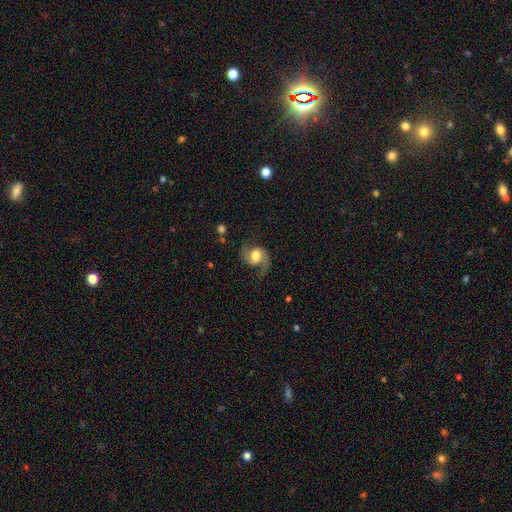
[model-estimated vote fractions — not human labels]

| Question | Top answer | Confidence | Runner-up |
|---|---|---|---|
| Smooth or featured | featured or disk | 84% | smooth (10%) |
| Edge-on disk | no | 98% | yes (2%) |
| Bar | no | 46% | weak (41%) |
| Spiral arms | yes | 96% | no (4%) |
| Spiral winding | loose | 45% | tied: medium (45%) |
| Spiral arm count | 2 | 93% | 1 (3%) |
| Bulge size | moderate | 48% | large (37%) |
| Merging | none | 74% | minor disturbance (16%) |